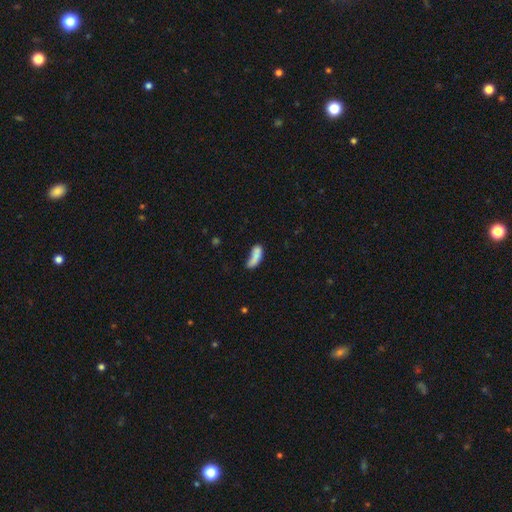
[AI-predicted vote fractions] The model was most divided on "merging": none: 36%, minor disturbance: 23%, merger: 23%, major disturbance: 18%. More confident: smooth or featured — smooth (75%); how rounded — in between (60%).